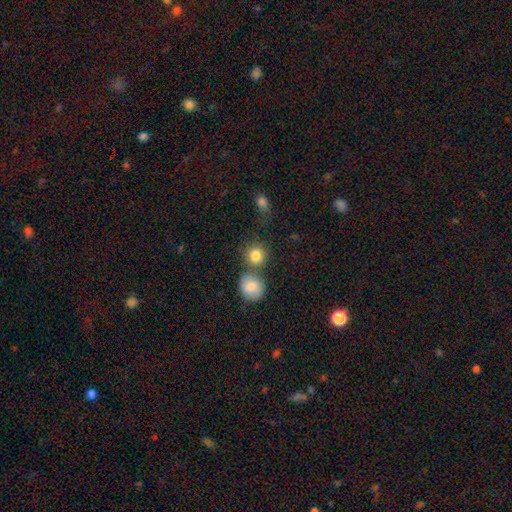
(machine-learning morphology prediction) Smooth or featured?
  - smooth: 83% *
  - star or artifact: 9%
  - featured or disk: 7%
How rounded?
  - round: 87% *
  - in between: 12%
  - cigar-shaped: 1%
Merging?
  - none: 59% *
  - merger: 28%
  - minor disturbance: 9%
  - major disturbance: 4%